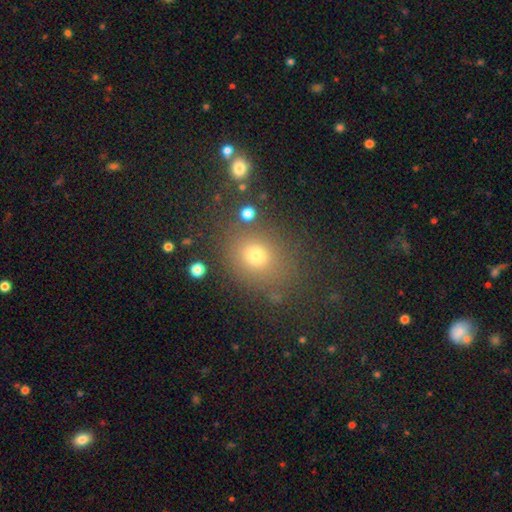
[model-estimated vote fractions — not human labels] This appears to be a smooth galaxy with no disk features (71%) that is round (63%). Merging: none (78%).